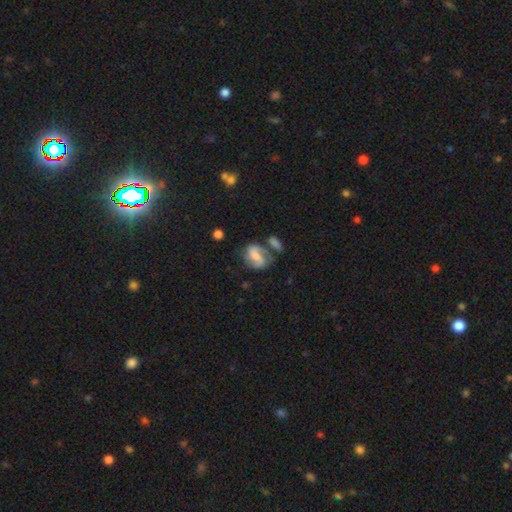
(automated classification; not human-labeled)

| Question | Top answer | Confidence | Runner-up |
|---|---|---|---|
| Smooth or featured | featured or disk | 68% | smooth (24%) |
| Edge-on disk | no | 97% | yes (3%) |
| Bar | weak | 43% | no (31%) |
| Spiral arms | yes | 90% | no (10%) |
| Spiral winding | medium | 49% | loose (29%) |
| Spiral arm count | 2 | 84% | can't tell (7%) |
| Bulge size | small | 34% | moderate (31%) |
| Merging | none | 50% | minor disturbance (20%) |